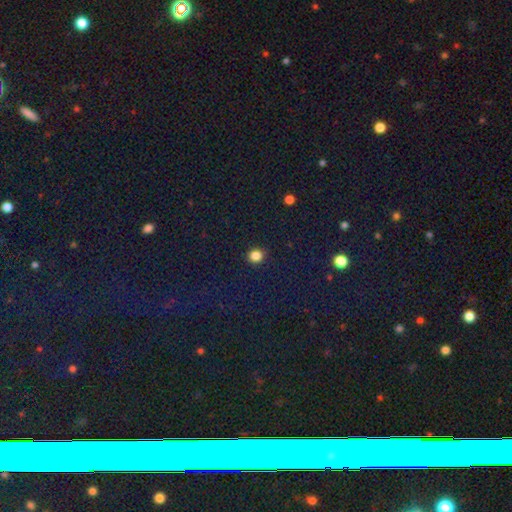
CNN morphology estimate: A smooth galaxy with no disk features (83%) that is round (81%).

Vote fractions:
- Smooth or featured? smooth: 83% / star or artifact: 13% / featured or disk: 4%
- How rounded? round: 81% / in between: 18% / cigar-shaped: 1%
- Merging? none: 89% / minor disturbance: 7% / major disturbance: 2% / merger: 1%